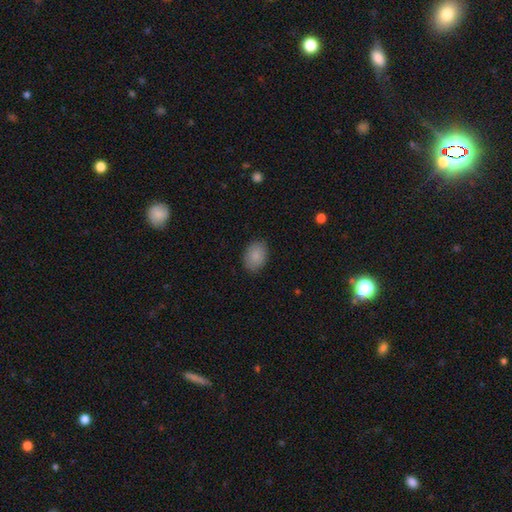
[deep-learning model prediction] This appears to be a smooth galaxy with no disk features (87%) that is in between round and cigar-shaped (74%). Merging: none (86%).